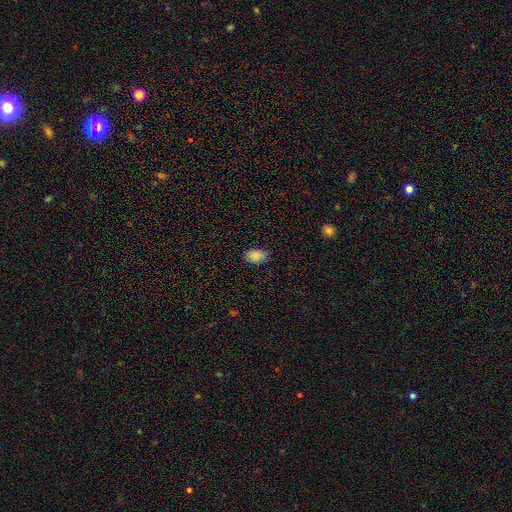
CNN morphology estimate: Q: Smooth or featured?
A: smooth (86%); runner-up: star or artifact (9%)
Q: How rounded?
A: in between (83%); runner-up: round (15%)
Q: Merging?
A: none (84%); runner-up: minor disturbance (13%)